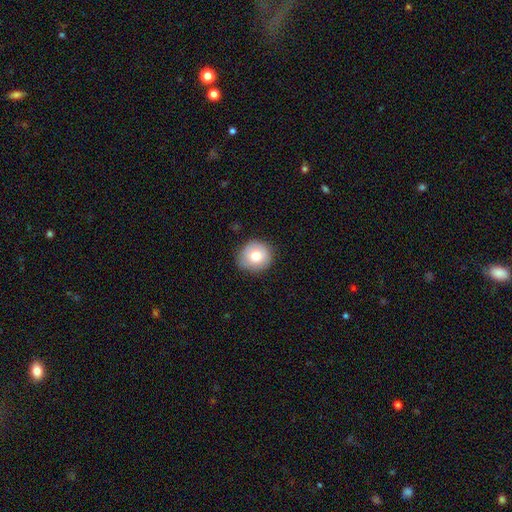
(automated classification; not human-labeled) smooth 78%, featured or disk 13%, star or artifact 8%. Down the decision tree: how rounded — round (88%); merging — none (84%).